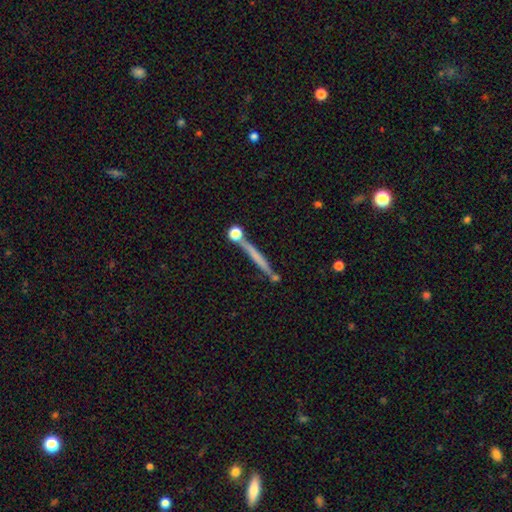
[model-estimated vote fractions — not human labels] smooth_or_featured: smooth (p=0.50) [alt: featured or disk p=0.41]
how_rounded: cigar-shaped (p=0.91) [alt: round p=0.05]
merging: none (p=0.74) [alt: minor disturbance p=0.12]